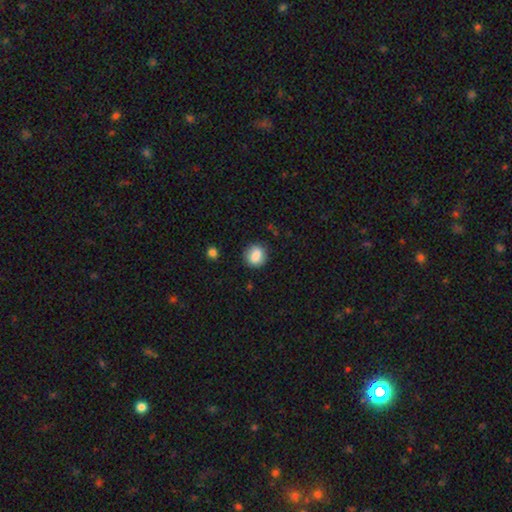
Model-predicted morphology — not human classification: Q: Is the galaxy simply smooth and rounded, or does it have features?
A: smooth — 82%.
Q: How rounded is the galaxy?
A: round — 68%.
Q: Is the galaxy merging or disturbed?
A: none — 81%.